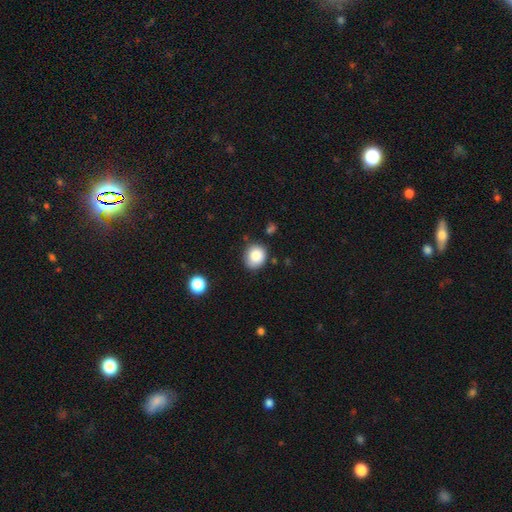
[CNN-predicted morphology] Smooth or featured? Predicted: smooth (p=0.86). How rounded? Predicted: round (p=0.72). Merging? Predicted: none (p=0.76).